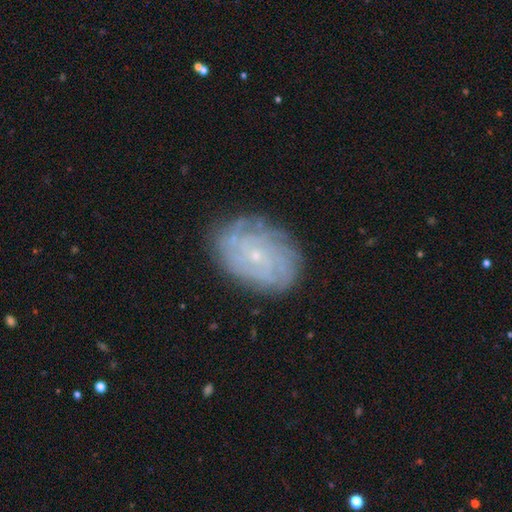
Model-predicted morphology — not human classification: This appears to be a featured or disk galaxy (76%) with no bar (78%), tight (76%) spiral arms (91%) and a small central bulge (85%). Merging: none (81%).